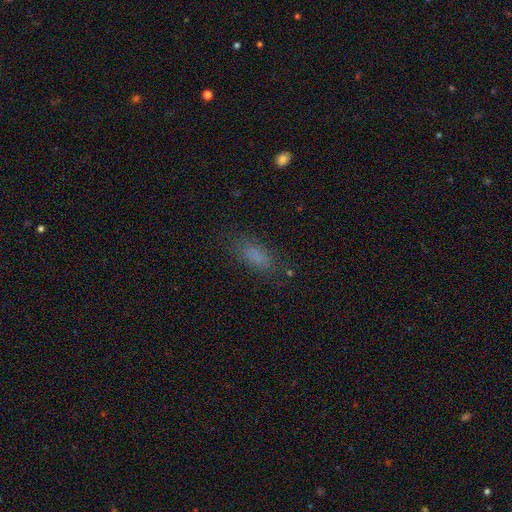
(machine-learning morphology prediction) A smooth galaxy with no disk features (78%) that is in between round and cigar-shaped (73%).

Vote fractions:
- Smooth or featured? smooth: 78% / star or artifact: 13% / featured or disk: 9%
- How rounded? in between: 73% / cigar-shaped: 24% / round: 3%
- Merging? none: 77% / minor disturbance: 15% / major disturbance: 6% / merger: 2%